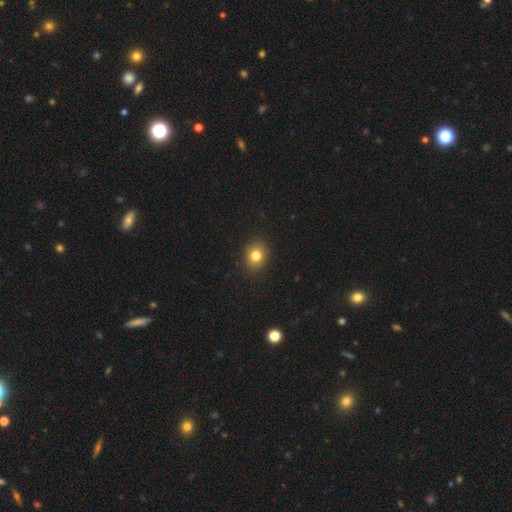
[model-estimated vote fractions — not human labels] smooth-or-featured: smooth: 80% | star or artifact: 12% | featured or disk: 8%
  how-rounded: round: 65% | in between: 34% | cigar-shaped: 1%
  merging: none: 90% | minor disturbance: 7% | major disturbance: 2% | merger: 1%